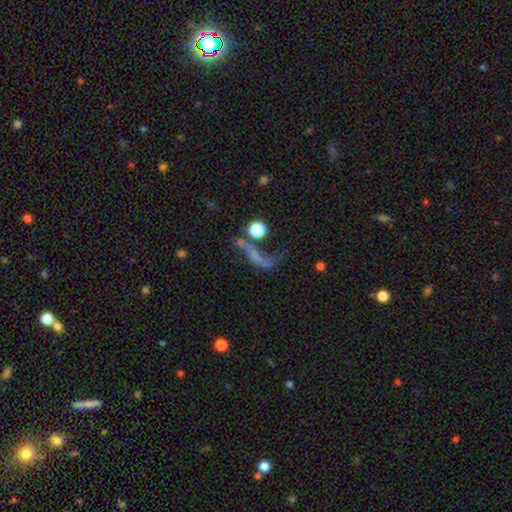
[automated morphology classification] This appears to be a featured or disk galaxy (46%). Merging: major disturbance (37%).